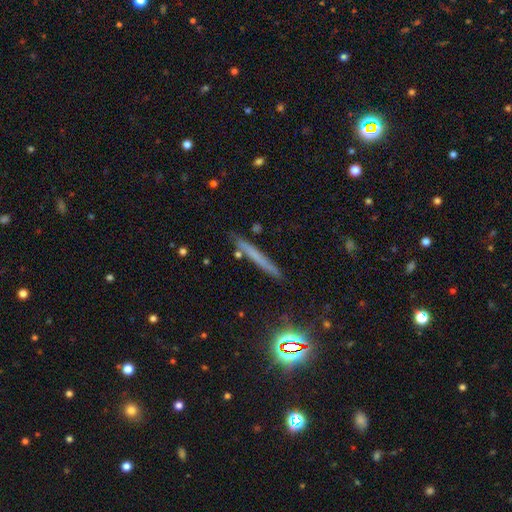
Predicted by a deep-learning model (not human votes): Q: Smooth or featured?
A: smooth (52%); runner-up: featured or disk (33%)
Q: How rounded?
A: cigar-shaped (95%); runner-up: in between (3%)
Q: Merging?
A: none (84%); runner-up: minor disturbance (11%)